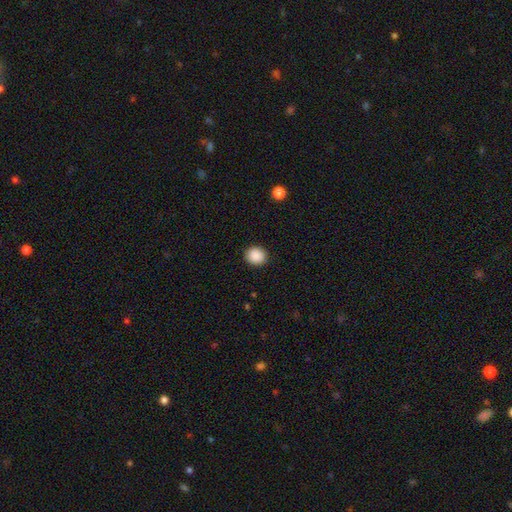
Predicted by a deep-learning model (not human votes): This appears to be a smooth galaxy with no disk features (89%) that is round (77%). Merging: none (91%).